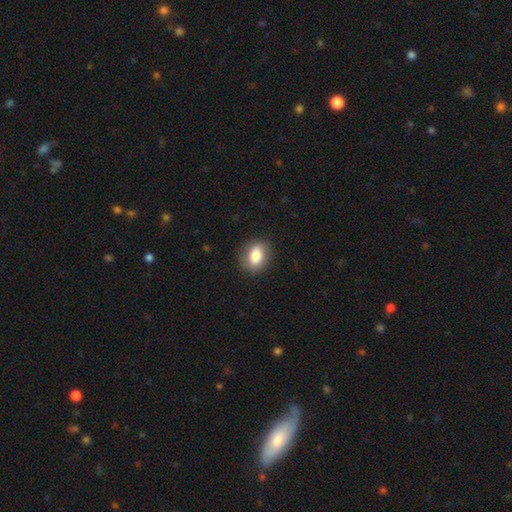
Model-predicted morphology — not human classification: A smooth galaxy with no disk features (80%) that is in between round and cigar-shaped (65%). Merging: none (86%).